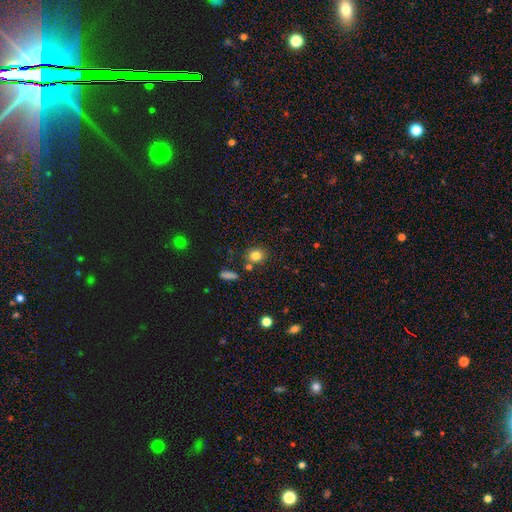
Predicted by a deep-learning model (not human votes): Q: Smooth or featured?
A: smooth (81%); runner-up: star or artifact (12%)
Q: How rounded?
A: round (72%); runner-up: in between (27%)
Q: Merging?
A: none (78%); runner-up: minor disturbance (11%)